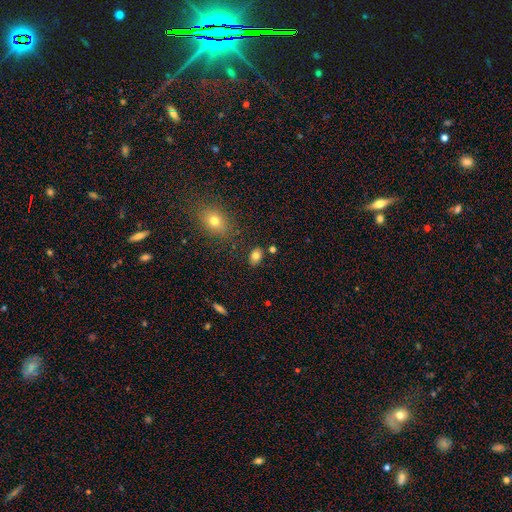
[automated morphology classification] This is likely a smooth galaxy (79%). How rounded: likely in between (78%). Merging: likely none (80%).